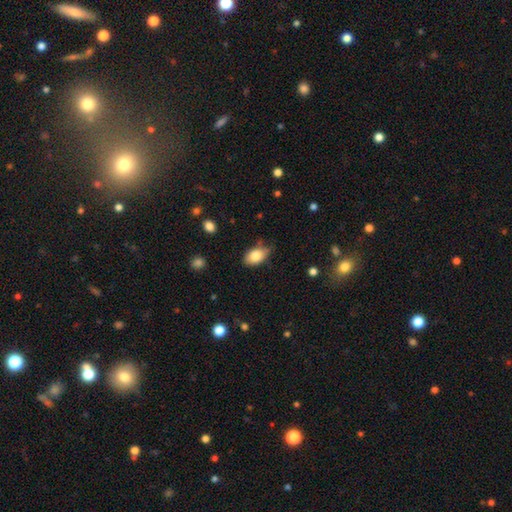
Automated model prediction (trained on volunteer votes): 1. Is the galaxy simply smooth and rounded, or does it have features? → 82% smooth, 10% featured or disk, 7% star or artifact.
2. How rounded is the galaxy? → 90% in between, 8% round, 2% cigar-shaped.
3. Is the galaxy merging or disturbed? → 70% none, 24% minor disturbance, 4% major disturbance, 2% merger.